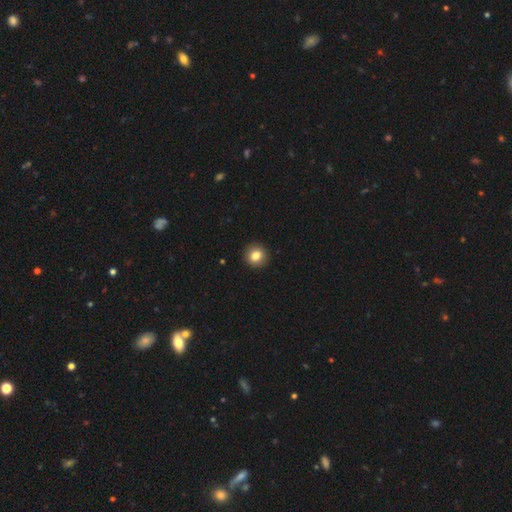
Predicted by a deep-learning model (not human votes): Smooth or featured? Predicted: smooth (p=0.83). How rounded? Predicted: round (p=0.89). Merging? Predicted: none (p=0.92).